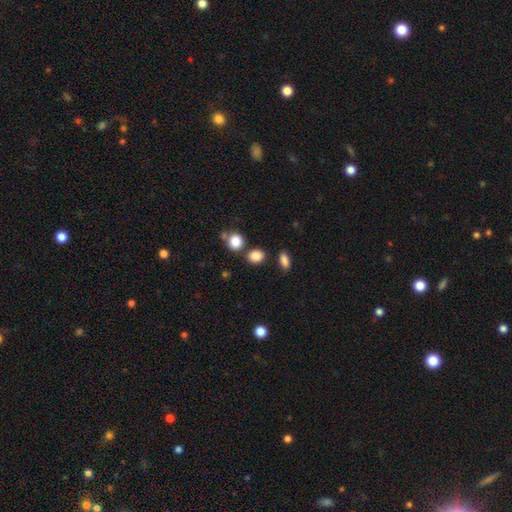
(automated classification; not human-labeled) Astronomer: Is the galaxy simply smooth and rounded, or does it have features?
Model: smooth — 85%.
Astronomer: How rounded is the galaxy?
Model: round — 54% (runner-up: in between, 44%).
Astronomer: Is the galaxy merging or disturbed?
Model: none — 72%.